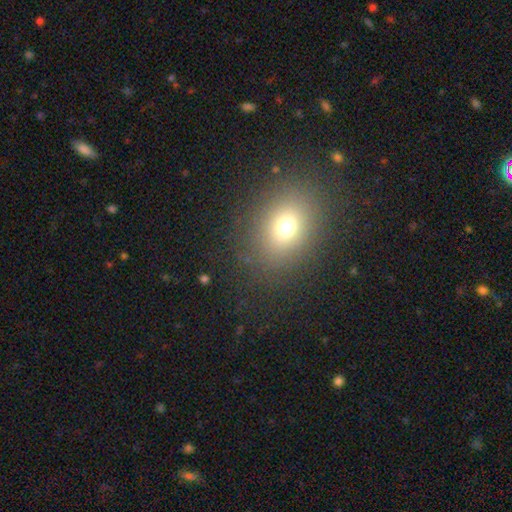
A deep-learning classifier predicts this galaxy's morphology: Overall: smooth (70%). How rounded: in between (63%; round 36%). Merging: none (89%).